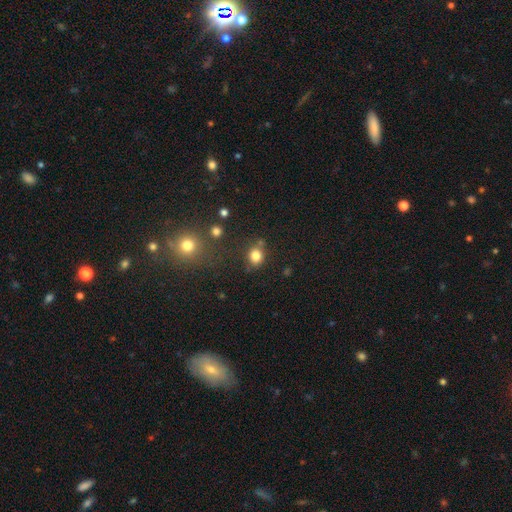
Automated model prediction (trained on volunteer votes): The model was most divided on "how rounded": round: 76%, in between: 23%, cigar-shaped: 1%. More confident: smooth or featured — smooth (82%); merging — none (74%).